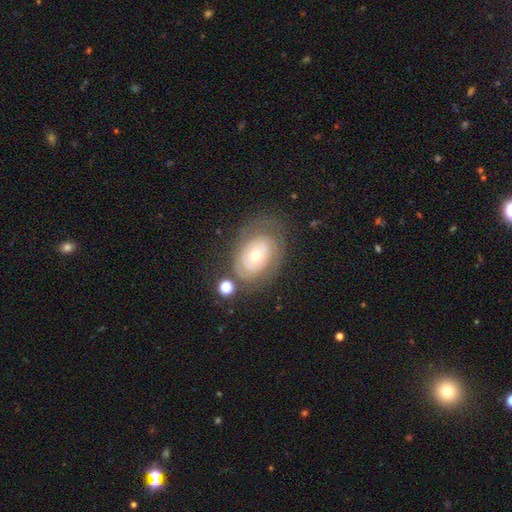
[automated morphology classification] Smooth or featured? Predicted: featured or disk (p=0.70). Edge-on disk? Predicted: no (p=0.95). Bar? Predicted: no (p=0.83). Spiral arms? Predicted: yes (p=0.70). Bulge size? Predicted: moderate (p=0.53). Merging? Predicted: none (p=0.66).